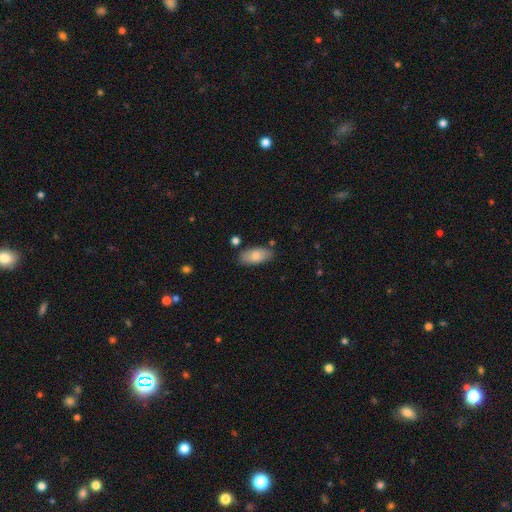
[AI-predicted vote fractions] Smooth or featured? Predicted: smooth (p=0.80). How rounded? Predicted: in between (p=0.89). Merging? Predicted: none (p=0.81).